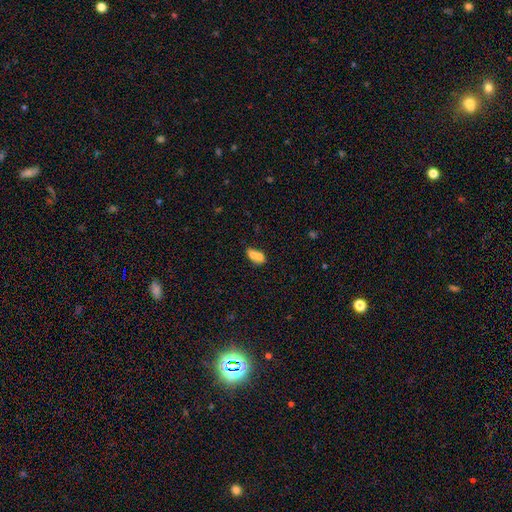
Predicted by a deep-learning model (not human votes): smooth-or-featured: smooth: 66% | featured or disk: 24% | star or artifact: 9%
  how-rounded: in between: 63% | round: 34% | cigar-shaped: 3%
  merging: merger: 70% | none: 19% | minor disturbance: 7% | major disturbance: 4%